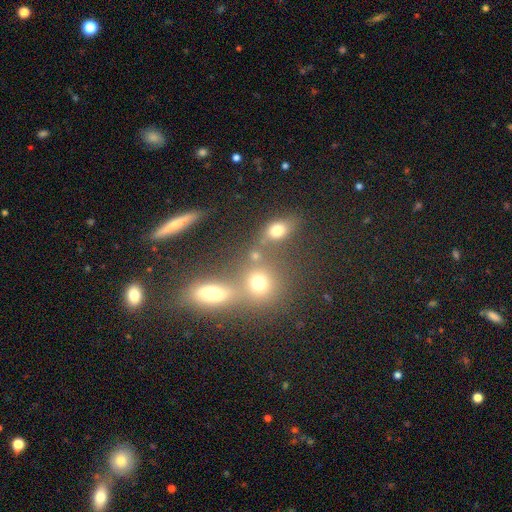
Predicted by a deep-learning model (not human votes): A smooth galaxy with no disk features (69%) that is round (60%).

Vote fractions:
- Smooth or featured? smooth: 69% / star or artifact: 17% / featured or disk: 13%
- How rounded? round: 60% / in between: 36% / cigar-shaped: 4%
- Merging? none: 51% / merger: 34% / minor disturbance: 10% / major disturbance: 6%